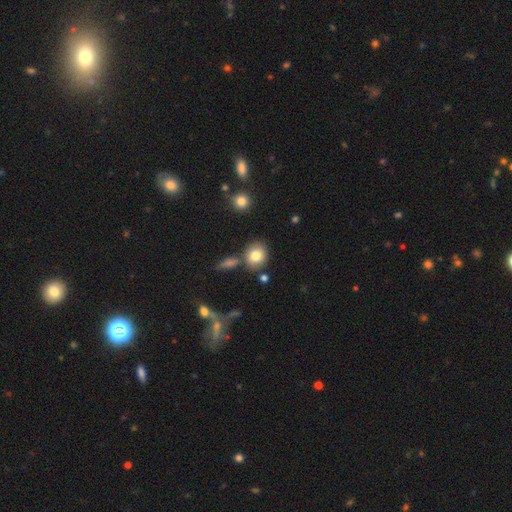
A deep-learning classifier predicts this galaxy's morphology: This is clearly a smooth galaxy (81%). How rounded: likely round (68%). Merging: likely none (75%).